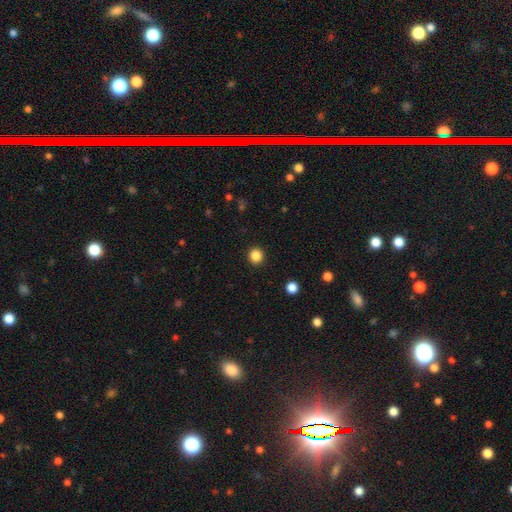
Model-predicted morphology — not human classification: smooth 85%, star or artifact 11%, featured or disk 3%. Down the decision tree: how rounded — round (93%); merging — none (93%).